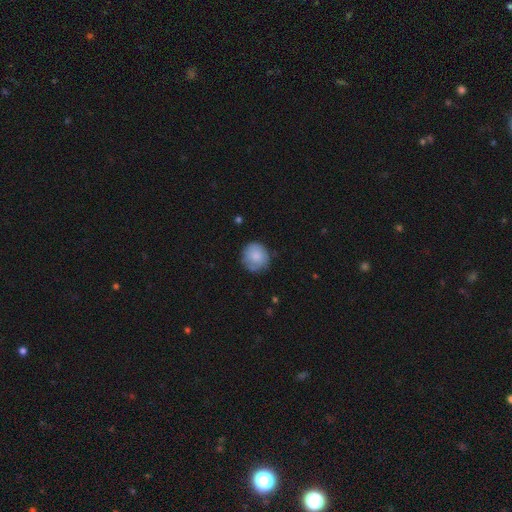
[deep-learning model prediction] smooth-or-featured: smooth: 81% | featured or disk: 12% | star or artifact: 7%
  how-rounded: round: 90% | in between: 9% | cigar-shaped: 1%
  merging: none: 77% | minor disturbance: 17% | major disturbance: 4% | merger: 2%